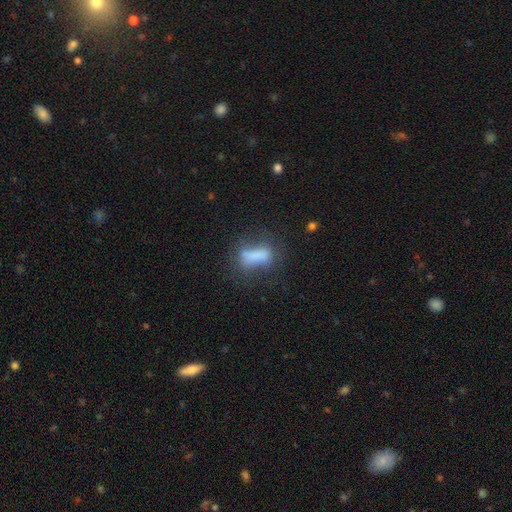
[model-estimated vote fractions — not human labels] Smooth or featured: smooth — 65% (featured or disk — 23%)
How rounded: in between — 69% (cigar-shaped — 24%)
Merging: none — 42% (major disturbance — 24%)